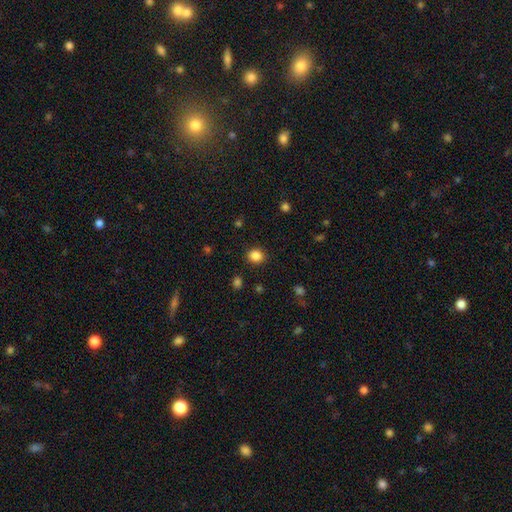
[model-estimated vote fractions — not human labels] Smooth or featured: smooth — 86% (star or artifact — 11%)
How rounded: round — 76% (in between — 23%)
Merging: none — 90% (minor disturbance — 7%)